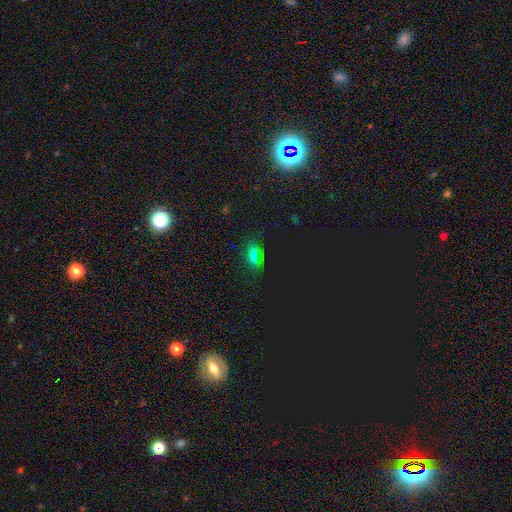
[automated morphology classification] smooth-or-featured: smooth: 51% | star or artifact: 39% | featured or disk: 10%
  how-rounded: in between: 78% | round: 14% | cigar-shaped: 8%
  merging: none: 83% | minor disturbance: 12% | major disturbance: 4% | merger: 2%